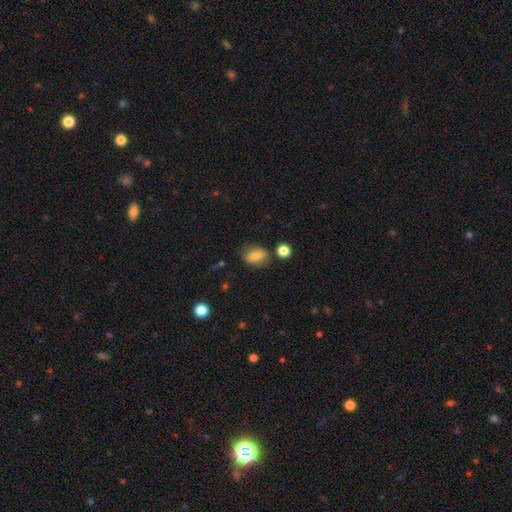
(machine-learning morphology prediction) smooth-or-featured: smooth: 75% | featured or disk: 16% | star or artifact: 9%
  how-rounded: in between: 73% | round: 24% | cigar-shaped: 3%
  merging: none: 72% | minor disturbance: 17% | merger: 6% | major disturbance: 5%